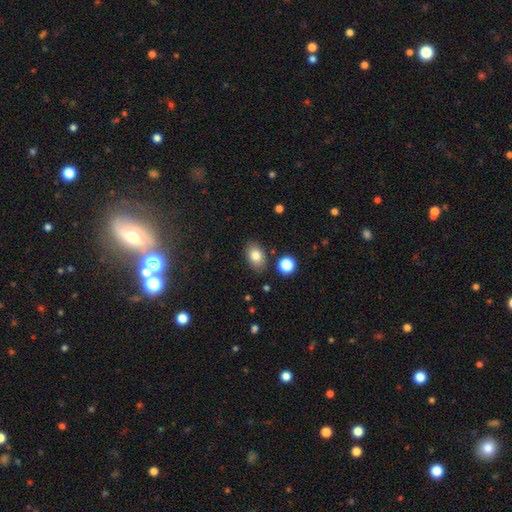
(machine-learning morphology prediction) A smooth galaxy with no disk features (81%) that is in between round and cigar-shaped (82%).

Vote fractions:
- Smooth or featured? smooth: 81% / featured or disk: 9% / star or artifact: 9%
- How rounded? in between: 82% / round: 17% / cigar-shaped: 1%
- Merging? none: 83% / minor disturbance: 11% / merger: 3% / major disturbance: 3%